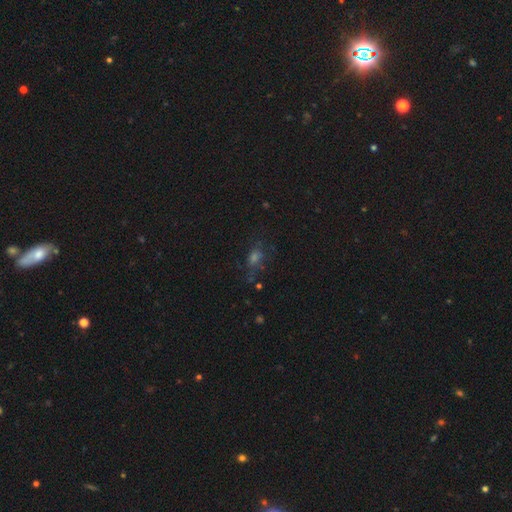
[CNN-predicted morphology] Smooth or featured?
  - smooth: 42% *
  - star or artifact: 38%
  - featured or disk: 20%
Merging?
  - none: 61% *
  - minor disturbance: 19%
  - major disturbance: 16%
  - merger: 4%